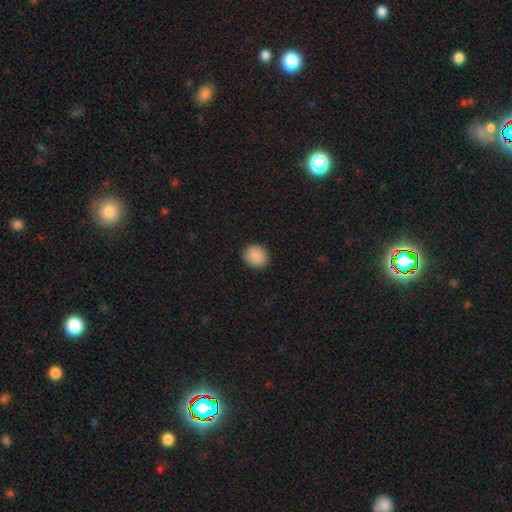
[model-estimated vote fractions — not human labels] A smooth galaxy with no disk features (90%) that is round (83%).

Vote fractions:
- Smooth or featured? smooth: 90% / star or artifact: 8% / featured or disk: 3%
- How rounded? round: 83% / in between: 16% / cigar-shaped: 1%
- Merging? none: 91% / minor disturbance: 6% / major disturbance: 2% / merger: 1%